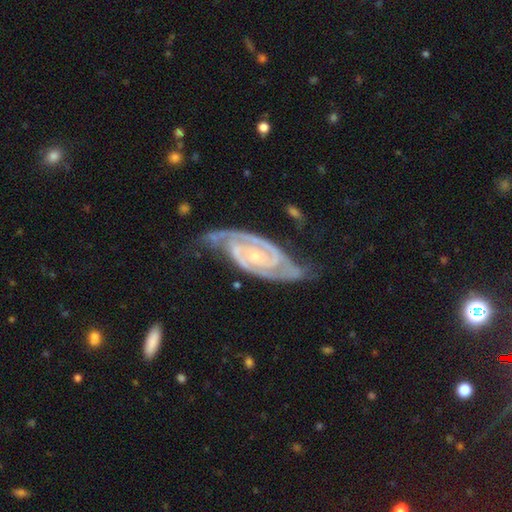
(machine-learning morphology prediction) Q: Smooth or featured?
A: featured or disk (93%); runner-up: star or artifact (4%)
Q: Edge-on disk?
A: no (96%); runner-up: yes (4%)
Q: Bar?
A: no (55%); runner-up: weak (30%)
Q: Spiral arms?
A: yes (99%); runner-up: no (1%)
Q: Spiral winding?
A: tight (68%); runner-up: medium (28%)
Q: Spiral arm count?
A: 2 (90%); runner-up: 3 (4%)
Q: Bulge size?
A: small (72%); runner-up: moderate (23%)
Q: Merging?
A: none (66%); runner-up: minor disturbance (23%)